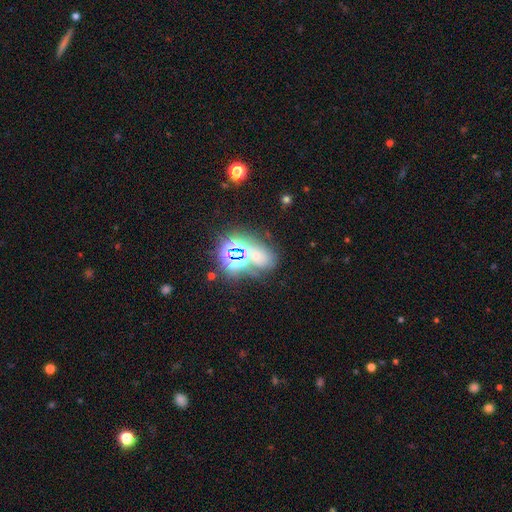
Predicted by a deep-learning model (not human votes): smooth-or-featured: star or artifact: 51% | smooth: 31% | featured or disk: 19%